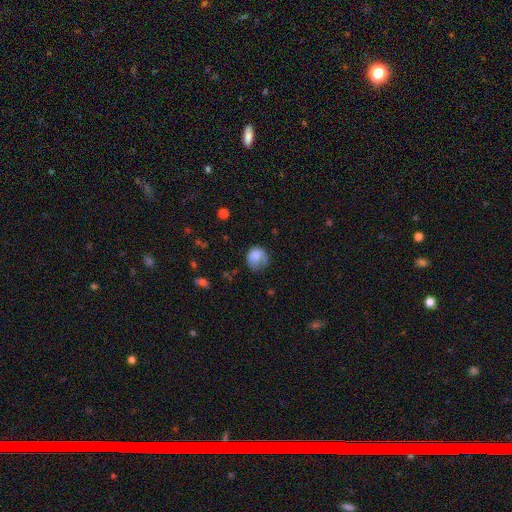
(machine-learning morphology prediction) Smooth or featured? smooth (72%)
How rounded? round (72%)
Merging? none (42%)